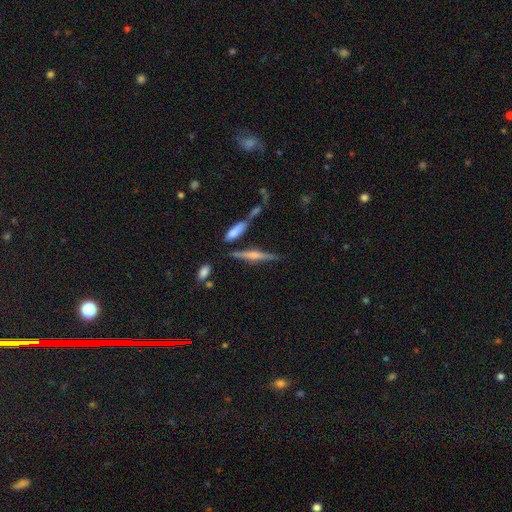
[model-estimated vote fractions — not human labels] Q: Smooth or featured?
A: featured or disk (74%); runner-up: smooth (17%)
Q: Edge-on disk?
A: yes (97%); runner-up: no (3%)
Q: Edge-on bulge?
A: rounded (82%); runner-up: boxy (10%)
Q: Merging?
A: none (79%); runner-up: minor disturbance (11%)